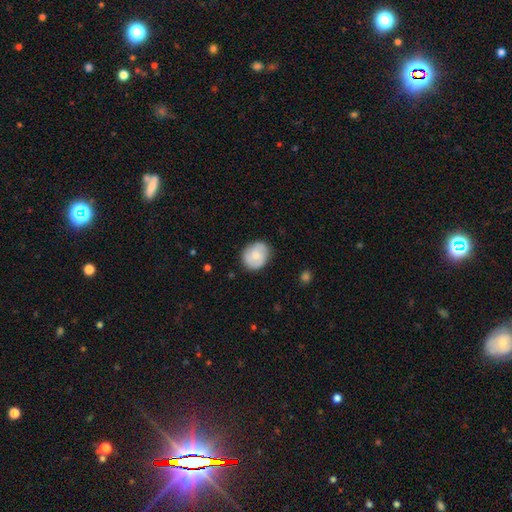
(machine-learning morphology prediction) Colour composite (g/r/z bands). It shows a smooth galaxy with no disk features (53%) that is round (66%). Merging: none (82%).